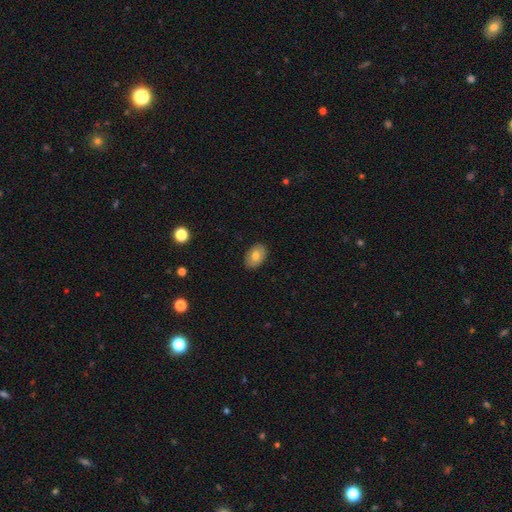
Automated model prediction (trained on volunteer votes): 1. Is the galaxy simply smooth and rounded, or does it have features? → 72% smooth, 21% featured or disk, 7% star or artifact.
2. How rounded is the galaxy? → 85% in between, 14% round, 1% cigar-shaped.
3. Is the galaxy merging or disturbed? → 86% none, 11% minor disturbance, 2% major disturbance, 1% merger.